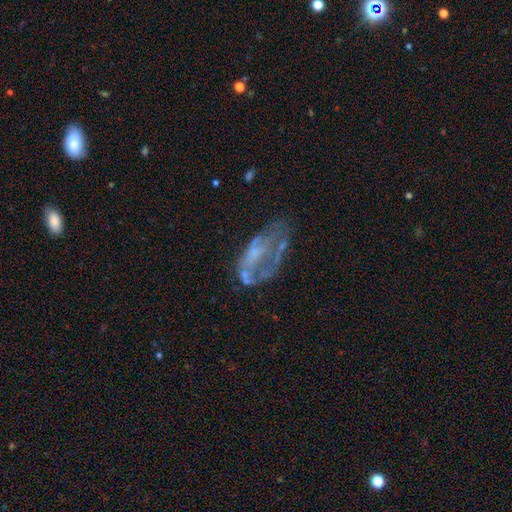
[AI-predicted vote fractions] The model was most divided on "merging": none: 39%, major disturbance: 32%, minor disturbance: 21%, merger: 8%. More confident: edge-on disk — no (95%); bar — no (80%); spiral arms — no (75%); smooth or featured — featured or disk (63%); bulge size — none (51%).